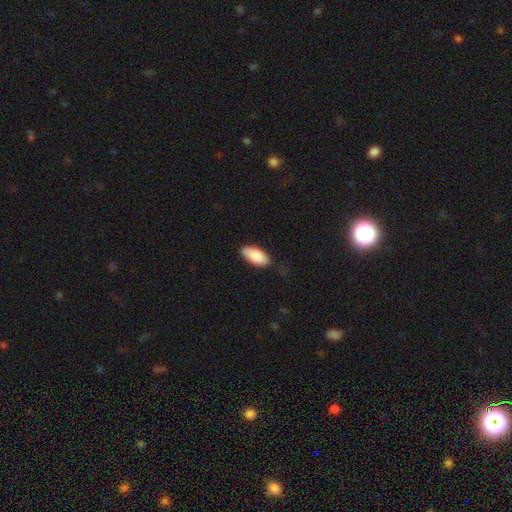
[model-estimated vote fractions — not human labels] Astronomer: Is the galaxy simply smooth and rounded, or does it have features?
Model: smooth — 87%.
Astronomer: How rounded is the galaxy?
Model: in between — 91%.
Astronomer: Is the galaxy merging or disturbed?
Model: none — 78%.